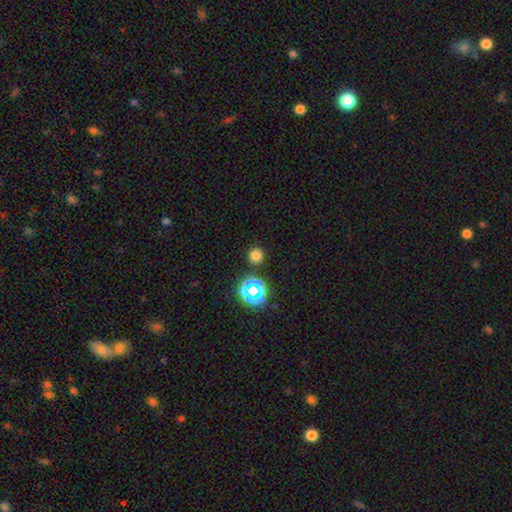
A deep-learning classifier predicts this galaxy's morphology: A smooth galaxy with no disk features (72%) that is round (94%).

Vote fractions:
- Smooth or featured? smooth: 72% / star or artifact: 22% / featured or disk: 5%
- How rounded? round: 94% / in between: 5% / cigar-shaped: 1%
- Merging? none: 89% / minor disturbance: 6% / merger: 3% / major disturbance: 2%